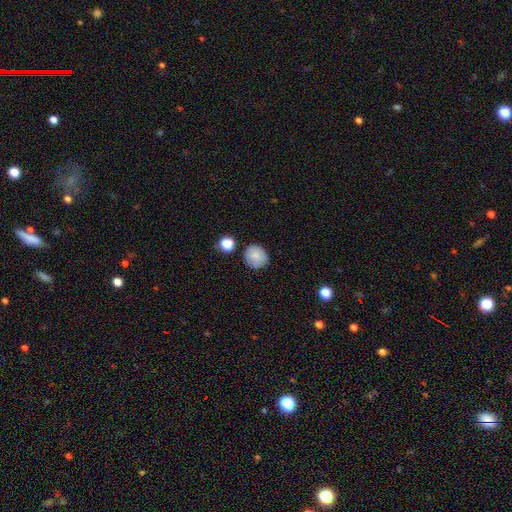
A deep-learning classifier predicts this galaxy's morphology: Smooth or featured: smooth — 82% (star or artifact — 9%)
How rounded: round — 87% (in between — 13%)
Merging: none — 81% (minor disturbance — 12%)